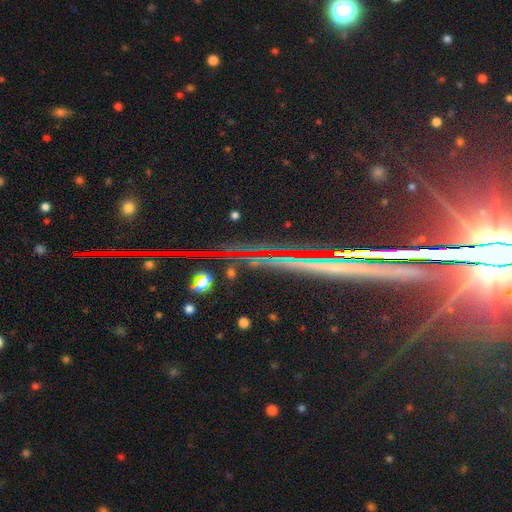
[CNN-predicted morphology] A star or artifact, not a galaxy (78%).